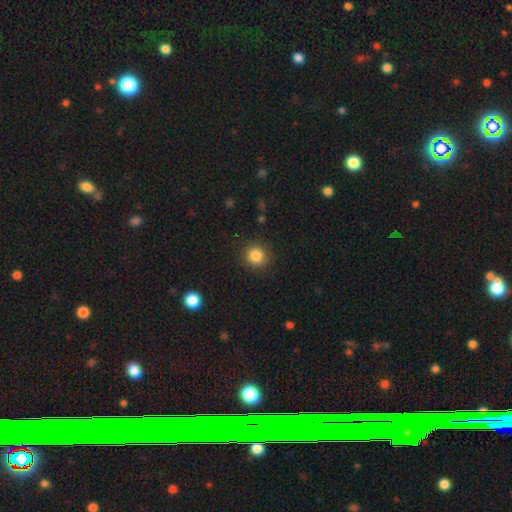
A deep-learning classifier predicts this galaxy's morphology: Q: Smooth or featured?
A: smooth (85%); runner-up: star or artifact (11%)
Q: How rounded?
A: round (90%); runner-up: in between (10%)
Q: Merging?
A: none (90%); runner-up: minor disturbance (6%)